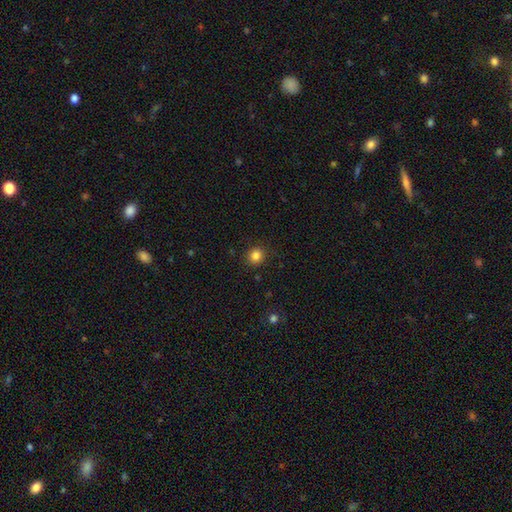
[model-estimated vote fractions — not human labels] Smooth or featured?
  - smooth: 84% *
  - star or artifact: 12%
  - featured or disk: 4%
How rounded?
  - round: 89% *
  - in between: 11%
  - cigar-shaped: 1%
Merging?
  - none: 90% *
  - minor disturbance: 7%
  - major disturbance: 2%
  - merger: 1%